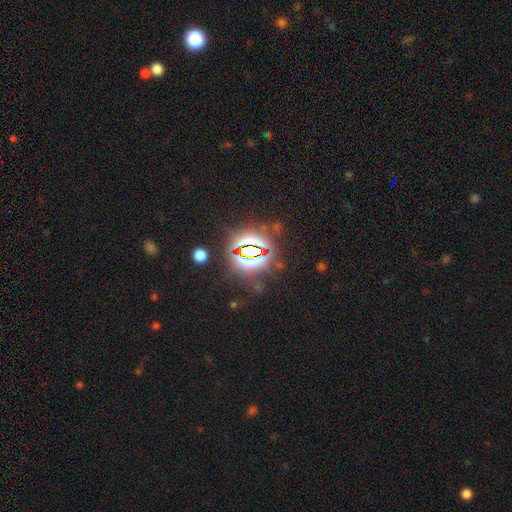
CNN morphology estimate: star or artifact 80%, smooth 11%, featured or disk 8%.